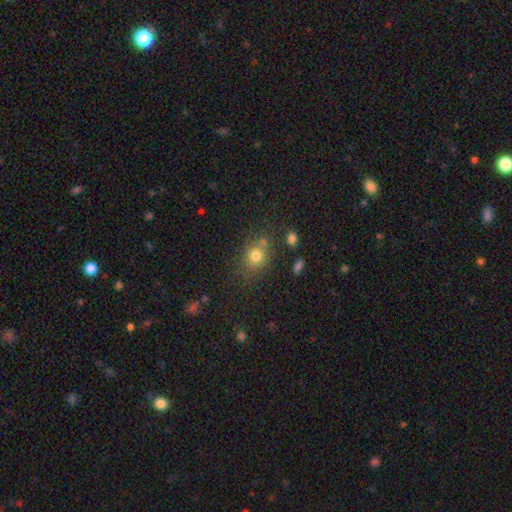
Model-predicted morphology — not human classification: A smooth galaxy with no disk features (77%) that is round (57%).

Vote fractions:
- Smooth or featured? smooth: 77% / star or artifact: 14% / featured or disk: 10%
- How rounded? round: 57% / in between: 42% / cigar-shaped: 1%
- Merging? none: 70% / minor disturbance: 15% / merger: 10% / major disturbance: 5%